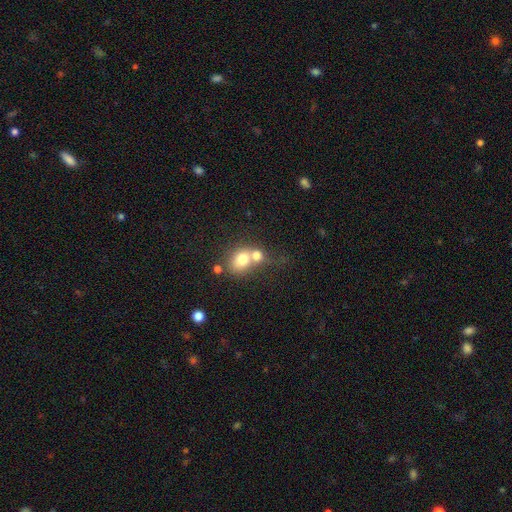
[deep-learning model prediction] Overall: smooth (59%; star or artifact 22%). How rounded: round (69%). Merging: merger (57%; none 30%).